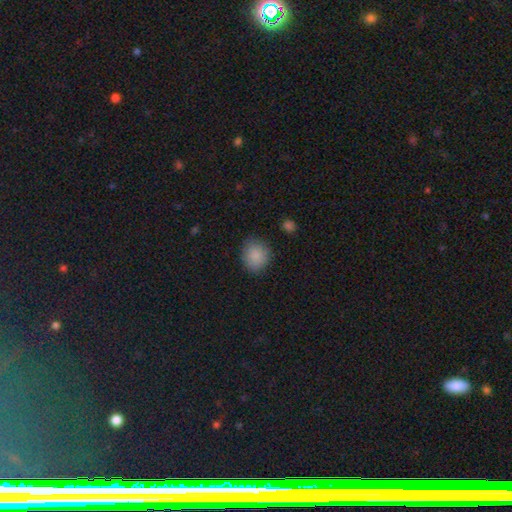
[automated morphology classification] This appears to be a smooth galaxy with no disk features (87%) that is round (74%). Merging: none (82%).